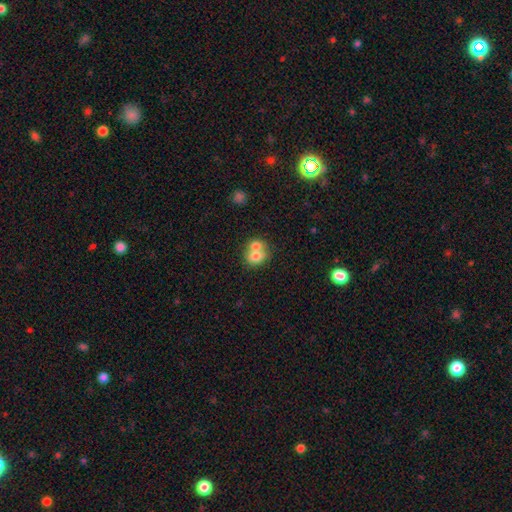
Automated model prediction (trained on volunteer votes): Smooth or featured? Predicted: smooth (p=0.71). How rounded? Predicted: round (p=0.60). Merging? Predicted: merger (p=0.66).